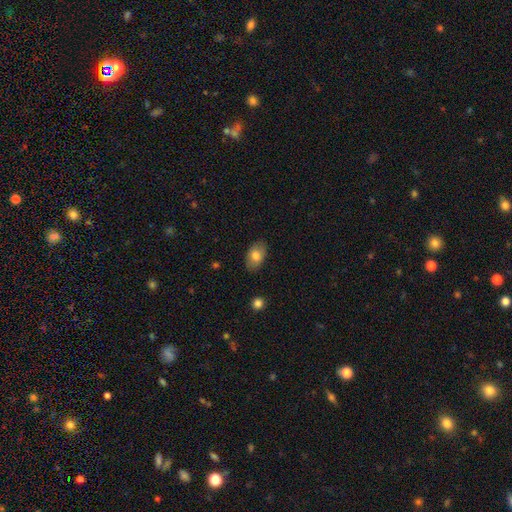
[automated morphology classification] A smooth galaxy with no disk features (78%) that is in between round and cigar-shaped (90%).

Vote fractions:
- Smooth or featured? smooth: 78% / featured or disk: 15% / star or artifact: 7%
- How rounded? in between: 90% / round: 8% / cigar-shaped: 1%
- Merging? none: 85% / minor disturbance: 11% / major disturbance: 2% / merger: 1%